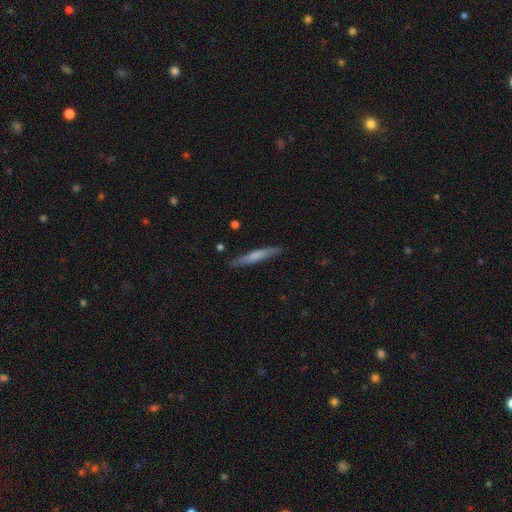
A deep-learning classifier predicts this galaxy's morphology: Overall: smooth (58%; featured or disk 36%). How rounded: cigar-shaped (94%). Merging: none (85%).